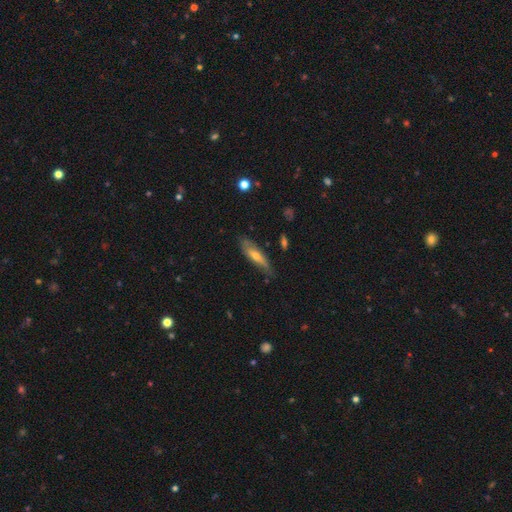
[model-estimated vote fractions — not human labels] Overall: featured or disk (49%; smooth 45%). Merging: none (68%).